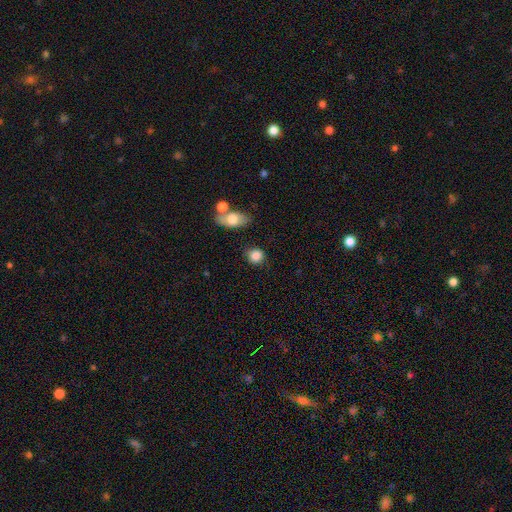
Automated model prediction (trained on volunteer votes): smooth-or-featured: smooth: 85% | star or artifact: 8% | featured or disk: 7%
  how-rounded: round: 77% | in between: 21% | cigar-shaped: 2%
  merging: none: 74% | minor disturbance: 14% | merger: 8% | major disturbance: 5%